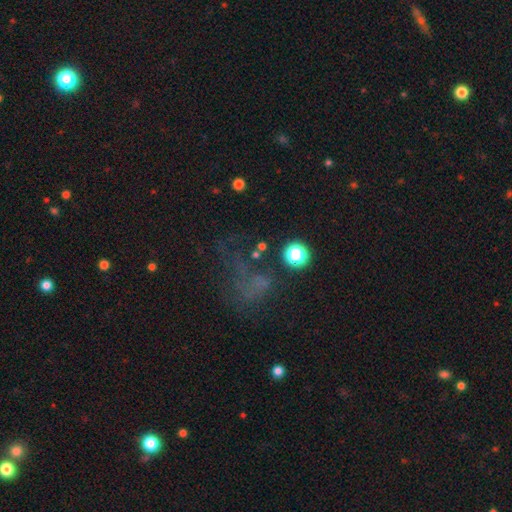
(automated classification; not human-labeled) A smooth galaxy with no disk features (39%).

Vote fractions:
- Smooth or featured? smooth: 39% / star or artifact: 37% / featured or disk: 24%
- Merging? none: 43% / major disturbance: 35% / minor disturbance: 15% / merger: 7%